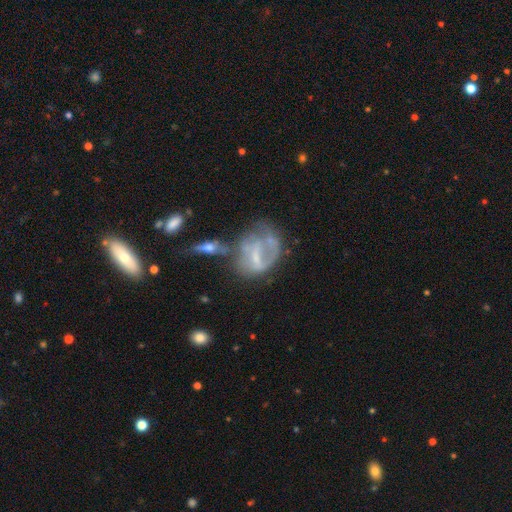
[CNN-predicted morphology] Smooth or featured? featured or disk (59%)
Edge-on disk? no (95%)
Bar? weak (42%)
Spiral arms? no (57%)
Bulge size? small (43%)
Merging? major disturbance (33%)